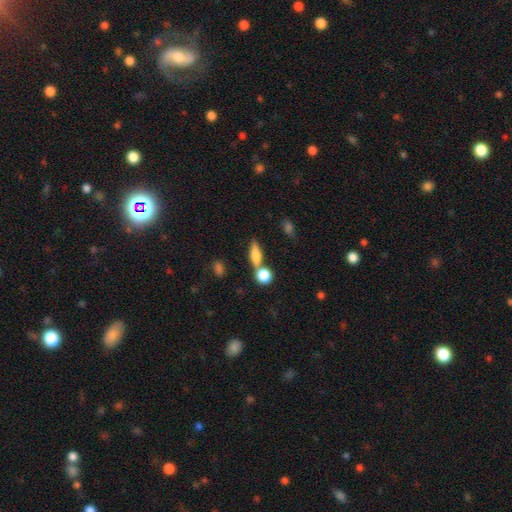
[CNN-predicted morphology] smooth 69%, featured or disk 21%, star or artifact 10%. Down the decision tree: how rounded — in between (45%); merging — none (59%).